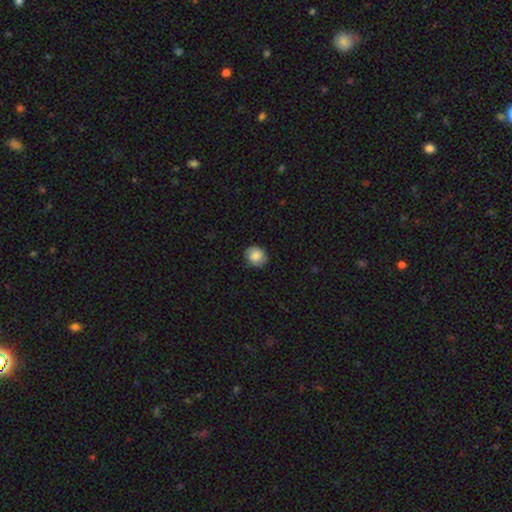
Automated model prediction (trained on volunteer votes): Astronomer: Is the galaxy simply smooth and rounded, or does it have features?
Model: smooth — 84%.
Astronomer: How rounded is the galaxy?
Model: round — 72%.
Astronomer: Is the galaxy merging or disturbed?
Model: none — 85%.